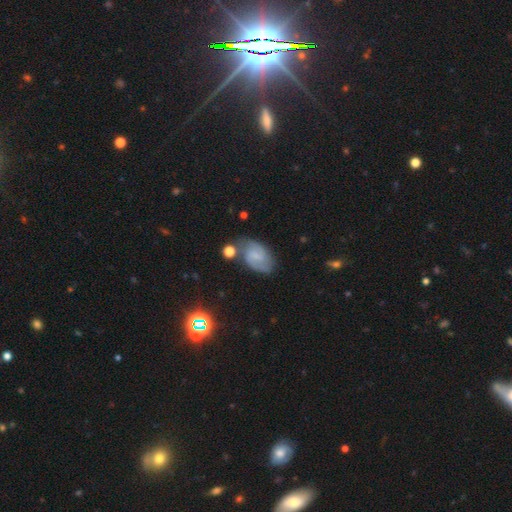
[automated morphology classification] A featured or disk galaxy (67%) with a weak bar (51%), 2 (84%) medium (49%) spiral arms (92%) and no central bulge (52%).

Vote fractions:
- Smooth or featured? featured or disk: 67% / smooth: 25% / star or artifact: 9%
- Edge-on disk? no: 97% / yes: 3%
- Bar? weak: 51% / no: 36% / strong: 13%
- Spiral arms? yes: 92% / no: 8%
- Spiral winding? medium: 49% / tight: 29% / loose: 22%
- Spiral arm count? 2: 84% / can't tell: 9% / 1: 3% / 3: 2% / 4: 1% / more than 4: 1%
- Bulge size? none: 52% / small: 31% / moderate: 13% / large: 3% / dominant: 1%
- Merging? none: 70% / minor disturbance: 19% / major disturbance: 6% / merger: 5%